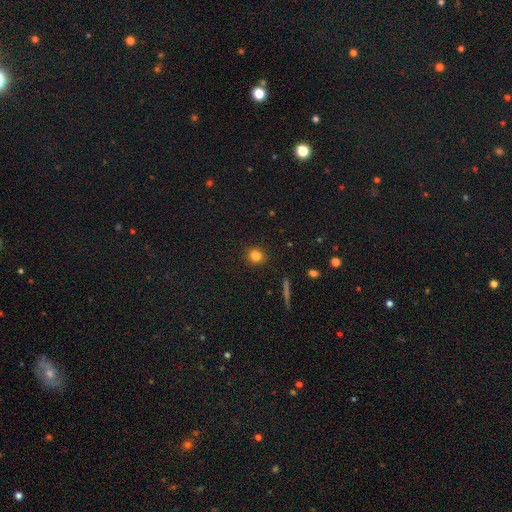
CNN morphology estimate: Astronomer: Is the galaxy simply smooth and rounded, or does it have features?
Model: smooth — 82%.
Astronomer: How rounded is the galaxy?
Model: round — 86%.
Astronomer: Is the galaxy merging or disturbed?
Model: none — 91%.